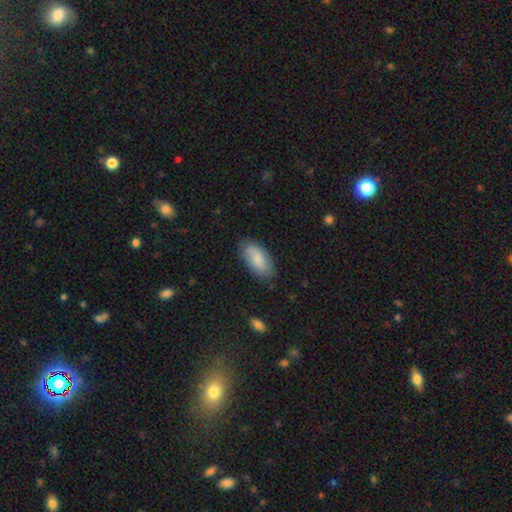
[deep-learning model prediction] Morphology: type=smooth (82%); roundness=in between (91%); merging=none (84%).